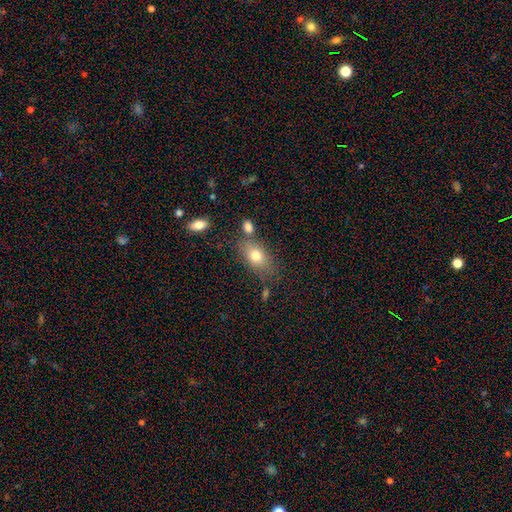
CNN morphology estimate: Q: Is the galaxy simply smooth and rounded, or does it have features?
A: smooth — 76%.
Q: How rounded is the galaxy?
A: in between — 81%.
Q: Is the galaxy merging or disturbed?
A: none — 66%.